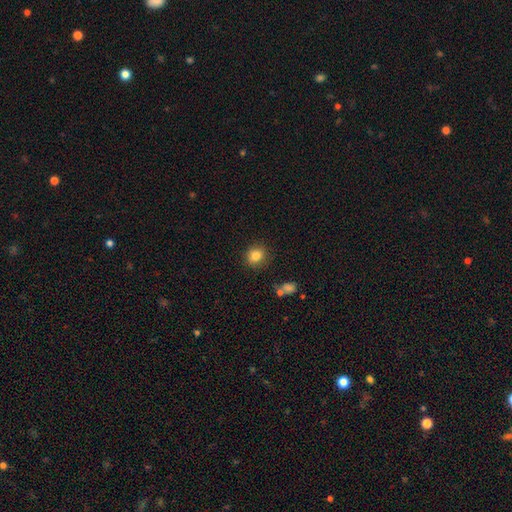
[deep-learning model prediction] Smooth or featured? Predicted: smooth (p=0.83). How rounded? Predicted: round (p=0.80). Merging? Predicted: none (p=0.86).